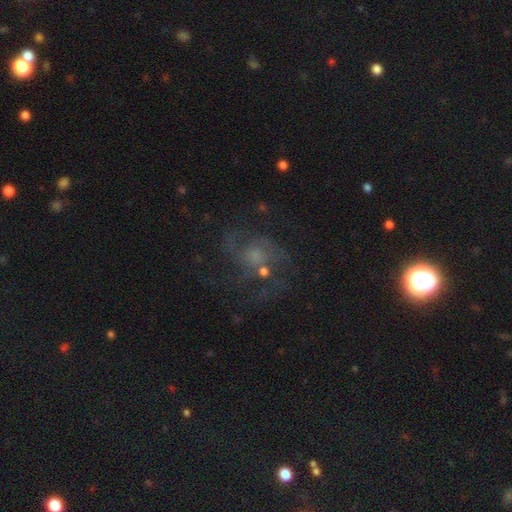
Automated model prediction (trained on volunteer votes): A featured or disk galaxy (65%) with no bar (75%), 2 (31%) medium (49%) spiral arms (81%) and a small central bulge (40%). Merging: none (54%).